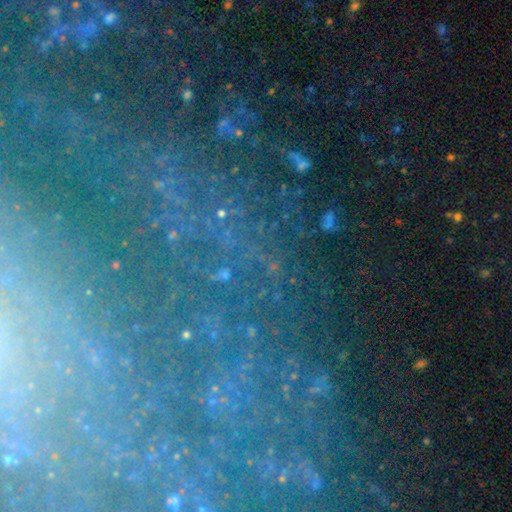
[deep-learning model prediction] Smooth or featured?
  - star or artifact: 59% *
  - featured or disk: 28%
  - smooth: 13%